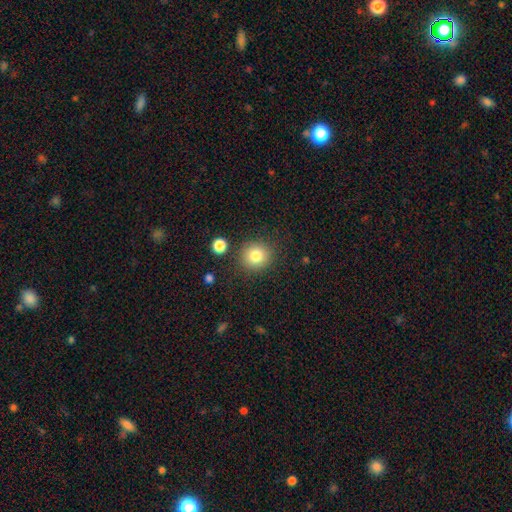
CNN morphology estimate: smooth 81%, star or artifact 11%, featured or disk 8%. Down the decision tree: how rounded — round (89%); merging — none (86%).